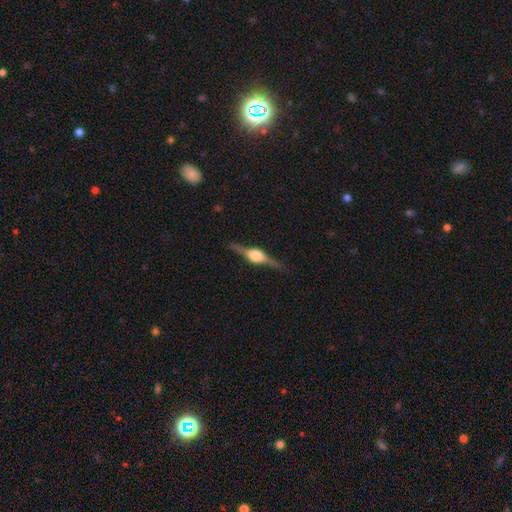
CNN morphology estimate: Overall: featured or disk (84%). Edge-on disk: yes (98%). Edge-on bulge: rounded (91%). Merging: none (88%).